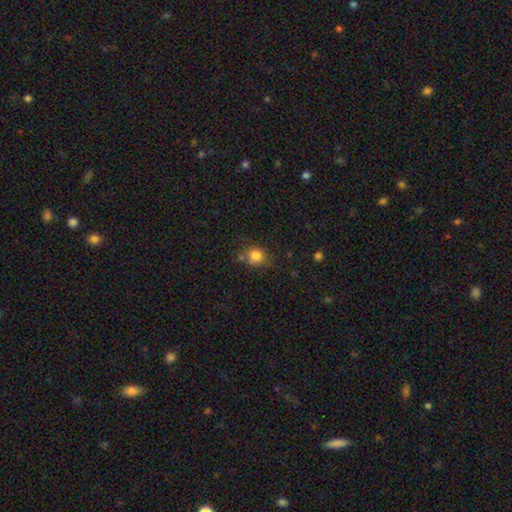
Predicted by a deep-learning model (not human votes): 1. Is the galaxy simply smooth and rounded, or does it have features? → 81% smooth, 12% star or artifact, 7% featured or disk.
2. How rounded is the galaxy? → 83% round, 16% in between, 1% cigar-shaped.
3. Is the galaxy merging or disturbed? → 67% none, 17% minor disturbance, 10% merger, 5% major disturbance.